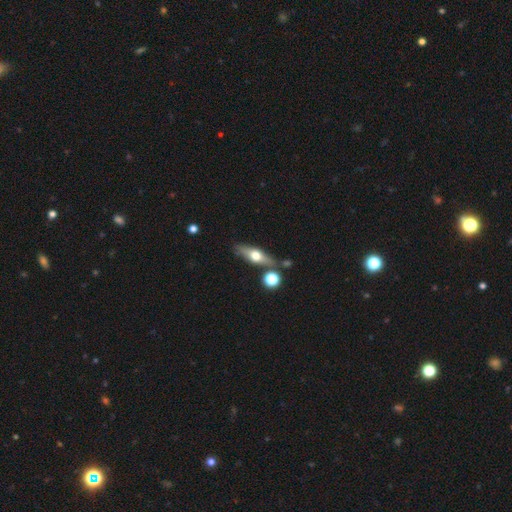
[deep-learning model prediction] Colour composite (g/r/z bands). It shows a featured or disk galaxy (55%) viewed edge-on (89%). Merging: none (75%).